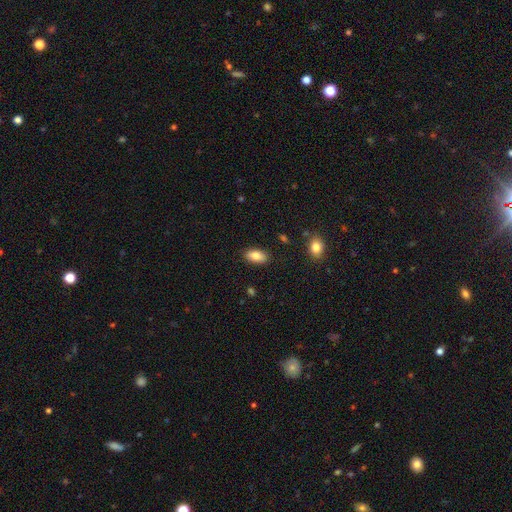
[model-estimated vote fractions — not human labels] This appears to be a smooth galaxy with no disk features (84%) that is in between round and cigar-shaped (92%). Merging: none (87%).